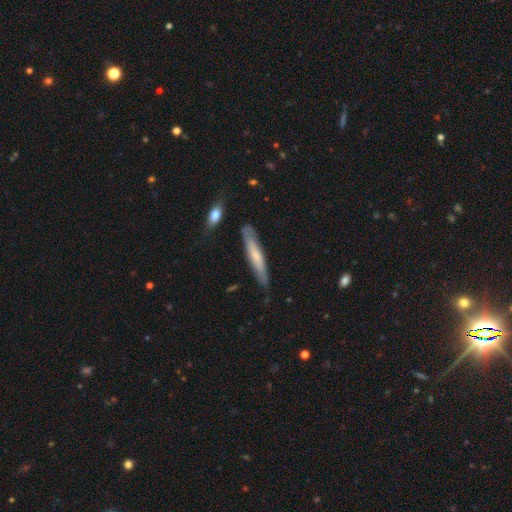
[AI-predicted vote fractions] A smooth galaxy with no disk features (55%) that is cigar-shaped (92%). Merging: none (81%).